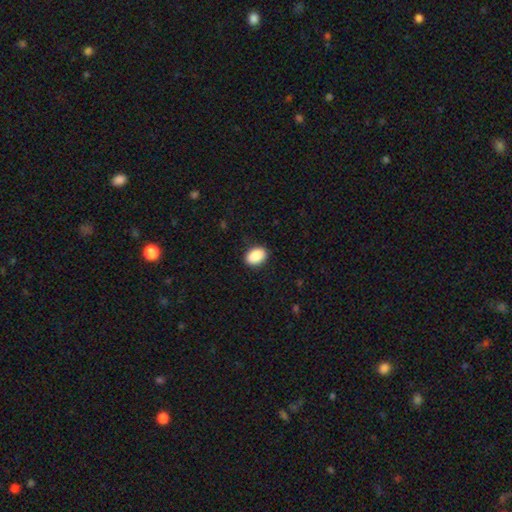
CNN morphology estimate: A smooth galaxy with no disk features (90%) that is in between round and cigar-shaped (85%). Merging: none (89%).